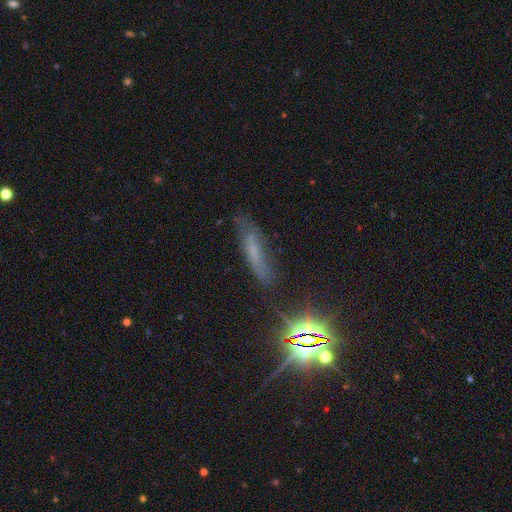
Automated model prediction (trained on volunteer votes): Smooth or featured? Predicted: star or artifact (p=0.36).